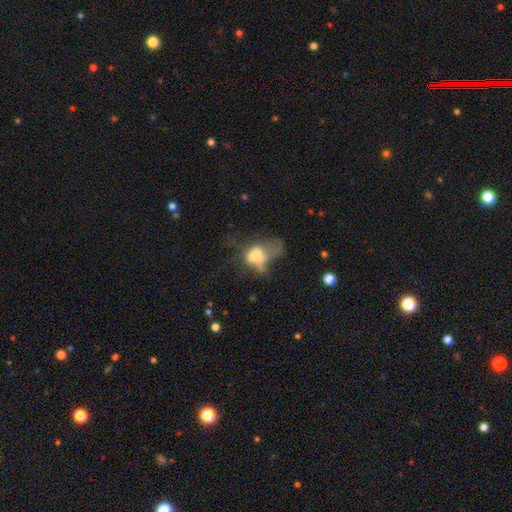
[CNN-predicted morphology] Overall: smooth (56%; featured or disk 32%). How rounded: in between (72%). Merging: major disturbance (55%; none 18%).